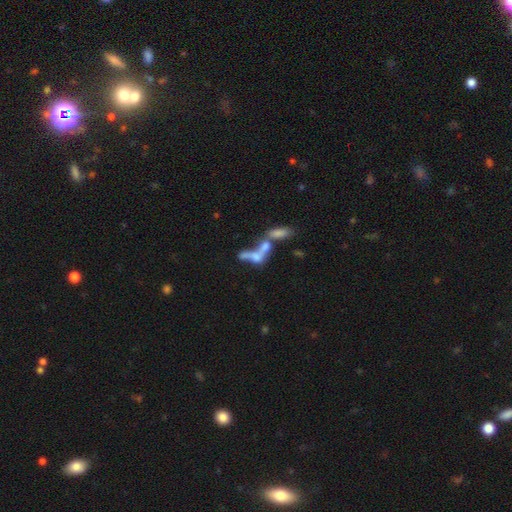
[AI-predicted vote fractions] Smooth or featured?
  - smooth: 47% *
  - featured or disk: 40%
  - star or artifact: 14%
Merging?
  - merger: 69% *
  - none: 13%
  - major disturbance: 12%
  - minor disturbance: 6%